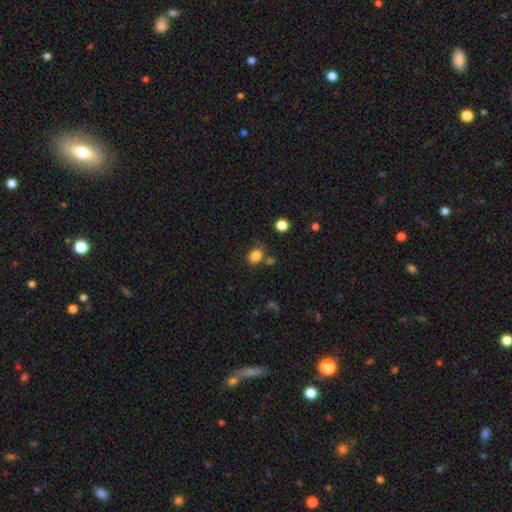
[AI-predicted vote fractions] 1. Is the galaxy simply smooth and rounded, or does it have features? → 83% smooth, 12% star or artifact, 5% featured or disk.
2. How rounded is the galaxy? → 52% in between, 47% round, 1% cigar-shaped.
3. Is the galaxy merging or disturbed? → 65% none, 18% minor disturbance, 11% merger, 6% major disturbance.